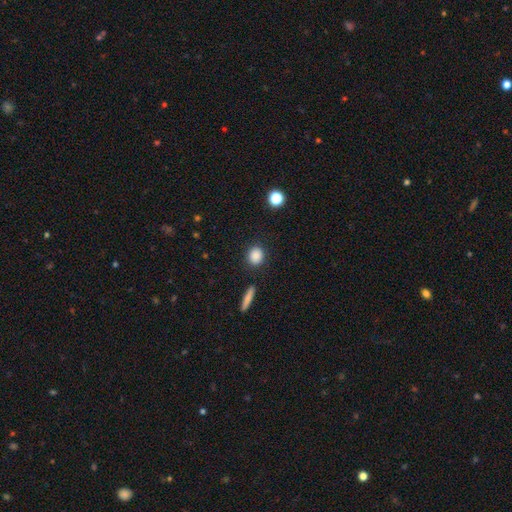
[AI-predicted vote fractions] Smooth or featured?
  - smooth: 87% *
  - star or artifact: 9%
  - featured or disk: 5%
How rounded?
  - round: 65% *
  - in between: 33%
  - cigar-shaped: 3%
Merging?
  - none: 87% *
  - minor disturbance: 8%
  - merger: 3%
  - major disturbance: 3%